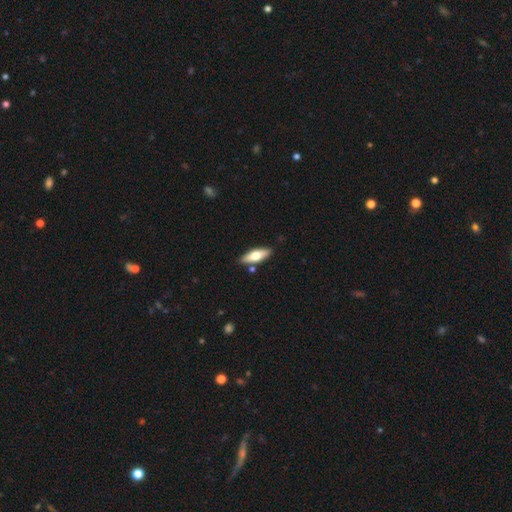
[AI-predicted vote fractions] Smooth or featured: smooth — 58% (featured or disk — 37%)
How rounded: in between — 58% (cigar-shaped — 40%)
Merging: none — 84% (minor disturbance — 10%)